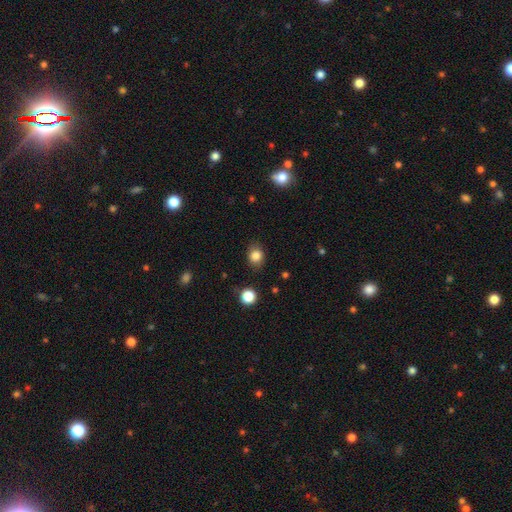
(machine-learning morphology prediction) Overall: smooth (83%). How rounded: round (61%; in between 38%). Merging: none (84%).